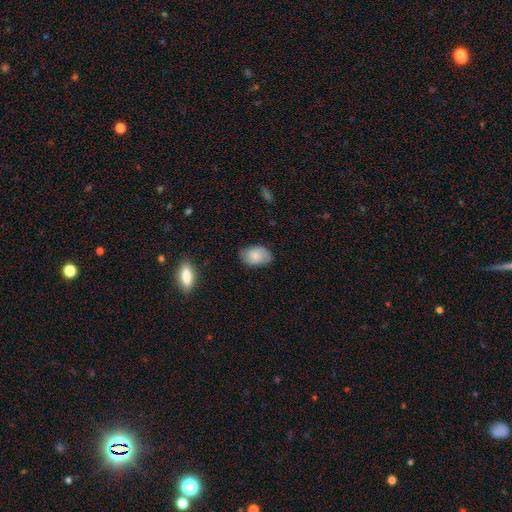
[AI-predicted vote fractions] A smooth galaxy with no disk features (69%) that is in between round and cigar-shaped (87%). Merging: none (76%).